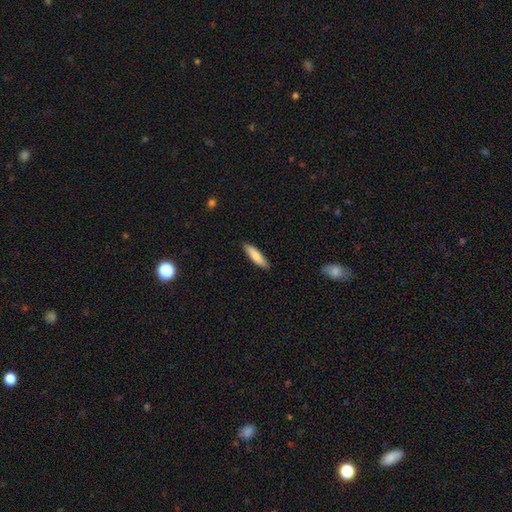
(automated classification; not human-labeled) A smooth galaxy with no disk features (81%) that is cigar-shaped (66%). Merging: none (89%).